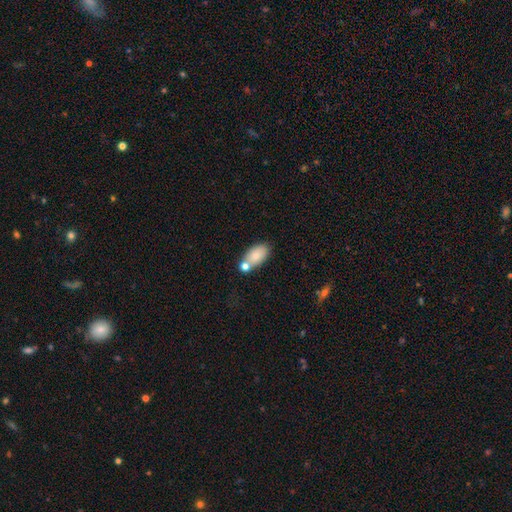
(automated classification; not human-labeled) Overall: smooth (79%). How rounded: in between (92%). Merging: none (55%; merger 27%).